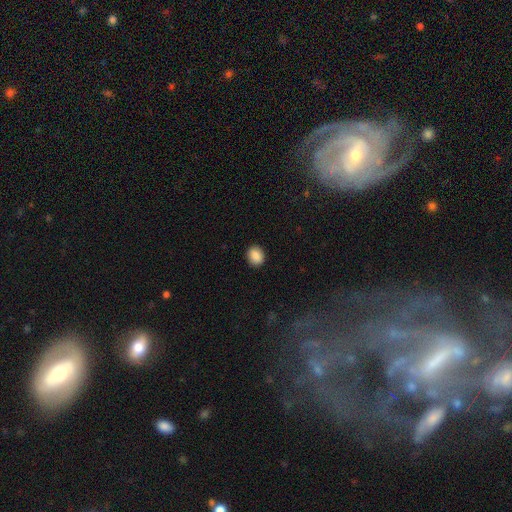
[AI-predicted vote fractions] Overall: smooth (89%). How rounded: round (60%; in between 39%). Merging: none (91%).